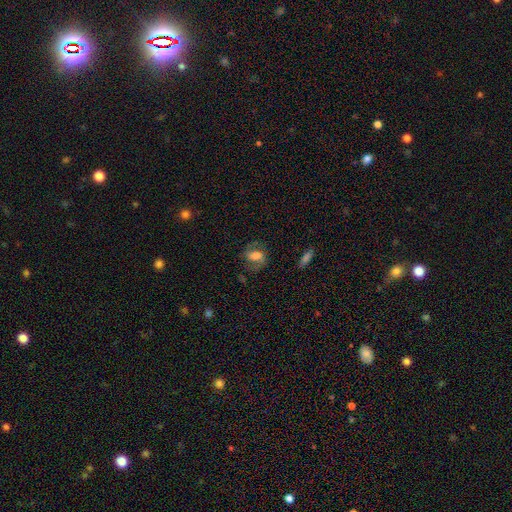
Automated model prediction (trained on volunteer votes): Smooth or featured: smooth — 46% (featured or disk — 44%)
Merging: none — 65% (minor disturbance — 20%)